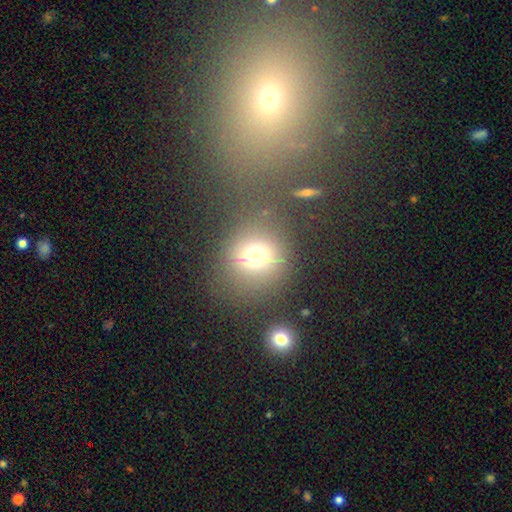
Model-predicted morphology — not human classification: smooth_or_featured: smooth (p=0.67) [alt: star or artifact p=0.20]
how_rounded: round (p=0.78) [alt: in between p=0.20]
merging: none (p=0.71) [alt: minor disturbance p=0.13]